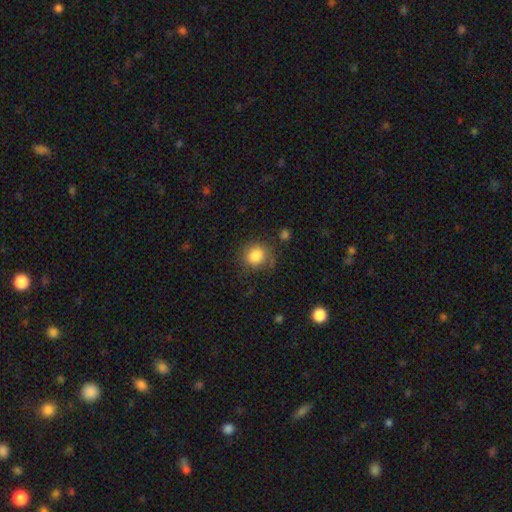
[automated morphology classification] Overall: smooth (84%). How rounded: round (78%). Merging: none (71%).